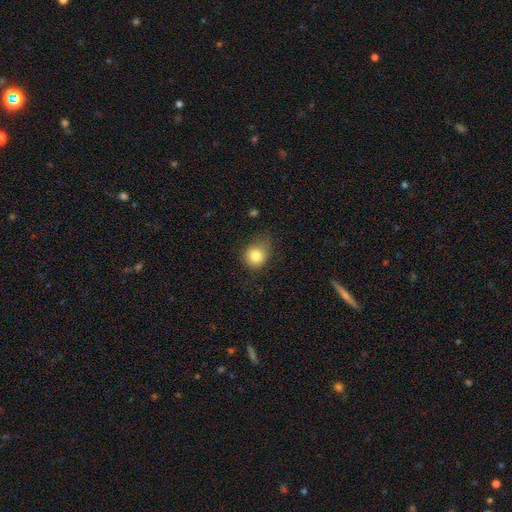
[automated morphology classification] Smooth or featured? smooth (82%)
How rounded? round (76%)
Merging? none (59%)